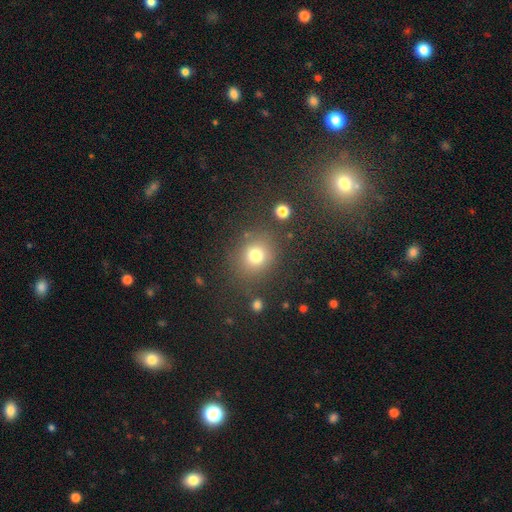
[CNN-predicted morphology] Smooth or featured?
  - smooth: 76% *
  - star or artifact: 16%
  - featured or disk: 9%
How rounded?
  - round: 80% *
  - in between: 19%
  - cigar-shaped: 1%
Merging?
  - none: 79% *
  - minor disturbance: 11%
  - major disturbance: 5%
  - merger: 4%